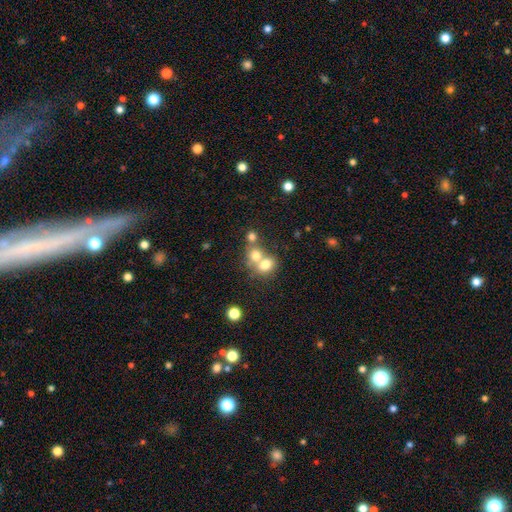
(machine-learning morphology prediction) smooth 72%, featured or disk 16%, star or artifact 12%. Down the decision tree: how rounded — round (69%); merging — merger (60%).